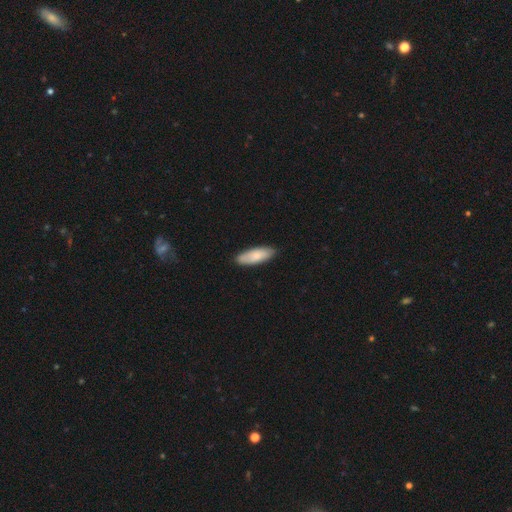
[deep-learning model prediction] Smooth or featured? smooth (79%)
How rounded? in between (63%)
Merging? none (87%)